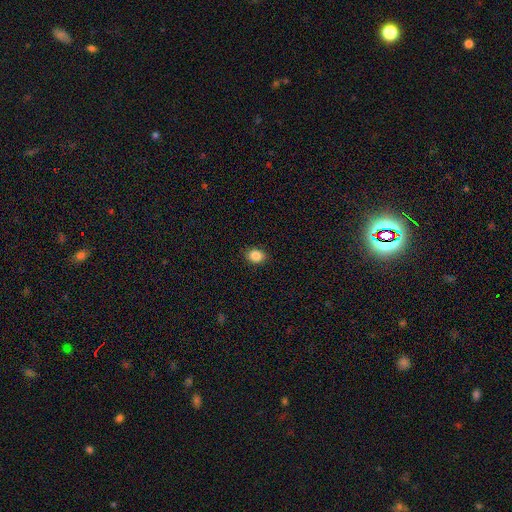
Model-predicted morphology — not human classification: Smooth or featured?
  - smooth: 87% *
  - star or artifact: 9%
  - featured or disk: 4%
How rounded?
  - in between: 57% *
  - round: 42%
  - cigar-shaped: 1%
Merging?
  - none: 89% *
  - minor disturbance: 8%
  - major disturbance: 2%
  - merger: 1%